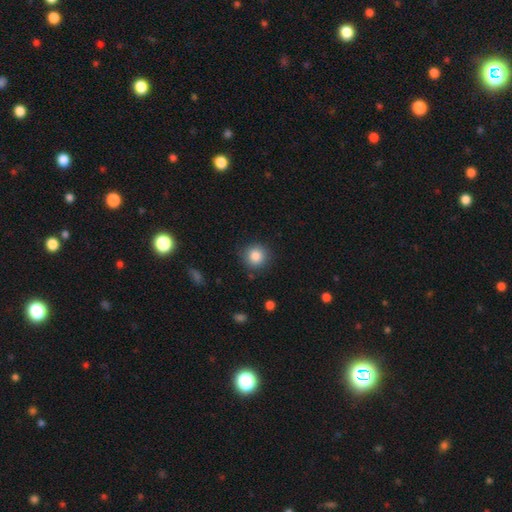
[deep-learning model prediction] A smooth galaxy with no disk features (85%) that is round (92%). Merging: none (84%).